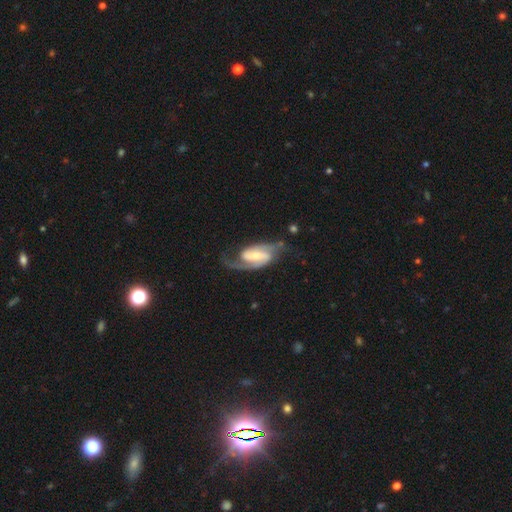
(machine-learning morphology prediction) This appears to be a featured or disk galaxy (89%) with a weak bar (41%), 2 (90%) medium (51%) spiral arms (97%) and a small central bulge (46%). Merging: none (67%).